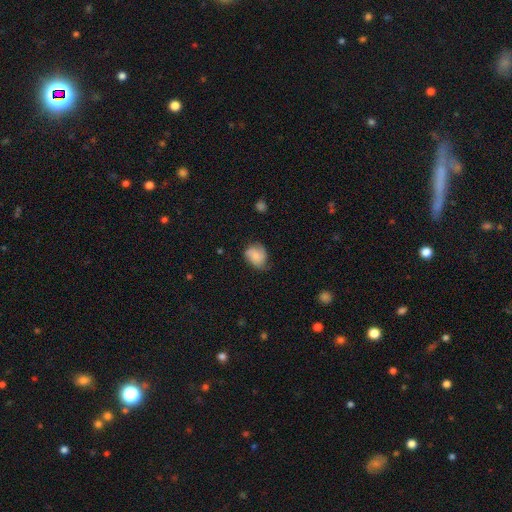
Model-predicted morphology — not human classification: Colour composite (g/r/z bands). It shows a smooth galaxy with no disk features (62%) that is in between round and cigar-shaped (51%). Merging: none (56%).